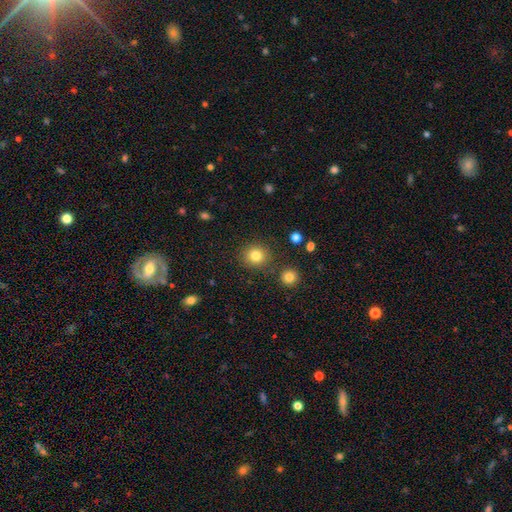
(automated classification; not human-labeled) smooth_or_featured: smooth (p=0.82) [alt: star or artifact p=0.12]
how_rounded: round (p=0.87) [alt: in between p=0.12]
merging: none (p=0.86) [alt: minor disturbance p=0.07]